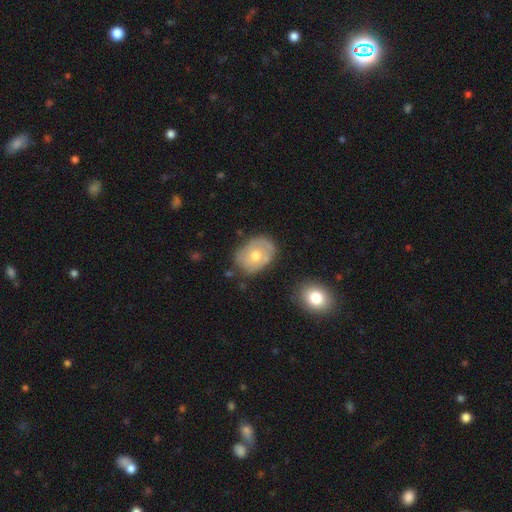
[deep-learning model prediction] A smooth galaxy with no disk features (47%).

Vote fractions:
- Smooth or featured? smooth: 47% / featured or disk: 46% / star or artifact: 8%
- Merging? none: 67% / minor disturbance: 23% / major disturbance: 6% / merger: 3%